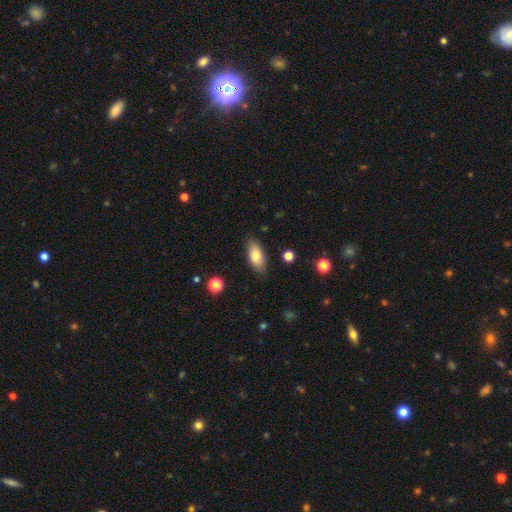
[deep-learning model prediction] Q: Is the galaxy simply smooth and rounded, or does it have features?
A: smooth — 80%.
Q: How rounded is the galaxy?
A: in between — 86%.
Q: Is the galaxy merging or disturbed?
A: none — 83%.